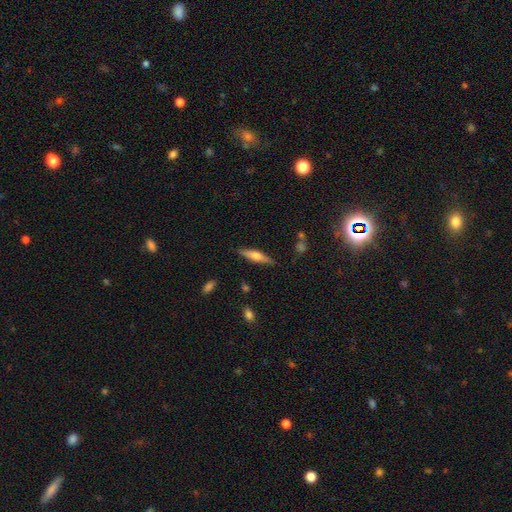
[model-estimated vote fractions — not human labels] This is possibly a featured or disk galaxy (50%). Merging: clearly none (86%).